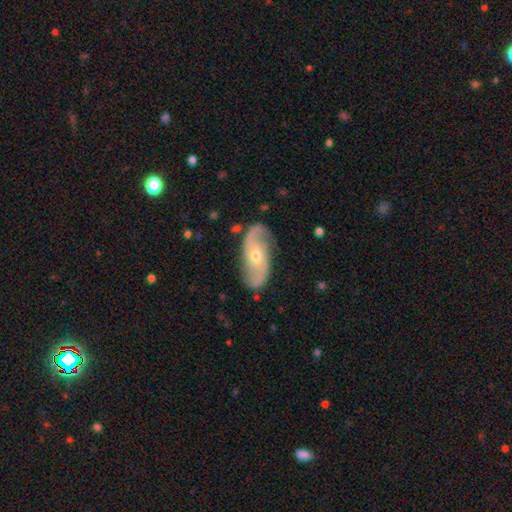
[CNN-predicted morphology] smooth_or_featured: featured or disk (p=0.84) [alt: smooth p=0.11]
disk_edge_on: no (p=0.94) [alt: yes p=0.06]
bar: no (p=0.65) [alt: weak p=0.27]
has_spiral_arms: yes (p=0.95) [alt: no p=0.05]
spiral_winding: medium (p=0.44) [alt: loose p=0.37]
spiral_arm_count: 2 (p=0.90) [alt: can't tell p=0.05]
bulge_size: moderate (p=0.50) [alt: small p=0.47]
merging: none (p=0.81) [alt: minor disturbance p=0.14]